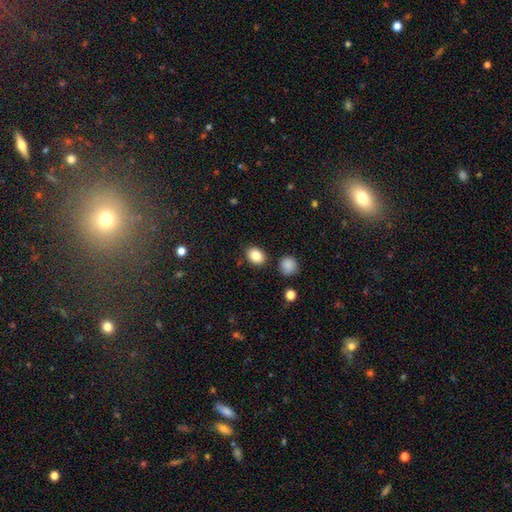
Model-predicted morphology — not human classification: smooth-or-featured: smooth: 86% | star or artifact: 9% | featured or disk: 5%
  how-rounded: in between: 65% | round: 34% | cigar-shaped: 1%
  merging: none: 84% | minor disturbance: 9% | merger: 4% | major disturbance: 3%